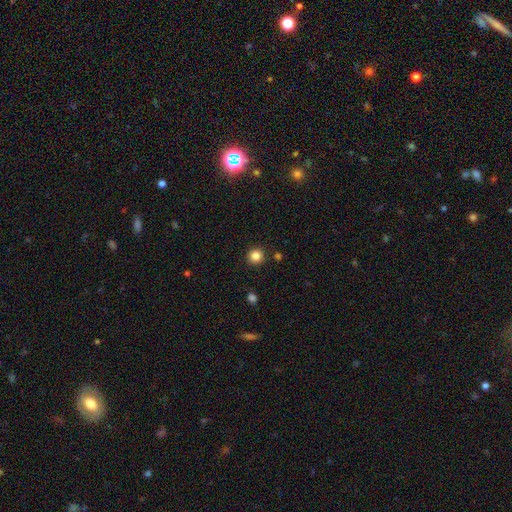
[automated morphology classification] Smooth or featured: smooth — 84% (star or artifact — 12%)
How rounded: round — 92% (in between — 7%)
Merging: none — 90% (minor disturbance — 6%)